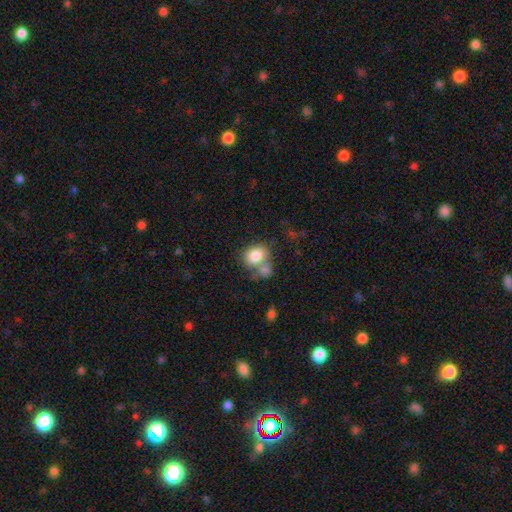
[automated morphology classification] A smooth galaxy with no disk features (81%) that is round (58%).

Vote fractions:
- Smooth or featured? smooth: 81% / featured or disk: 11% / star or artifact: 8%
- How rounded? round: 58% / in between: 41% / cigar-shaped: 1%
- Merging? none: 42% / merger: 40% / minor disturbance: 12% / major disturbance: 6%